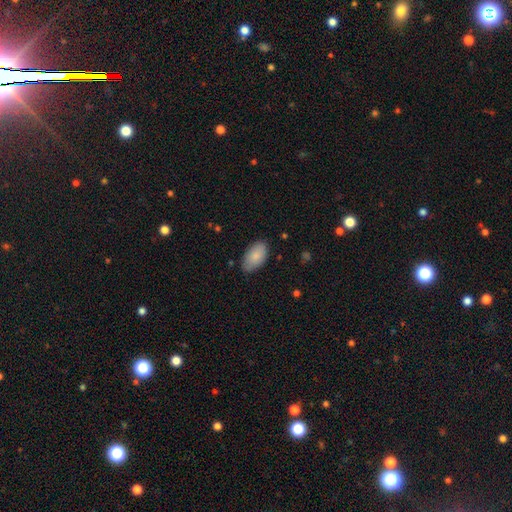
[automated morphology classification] Smooth or featured: smooth — 85% (featured or disk — 9%)
How rounded: in between — 95% (round — 3%)
Merging: none — 80% (minor disturbance — 16%)